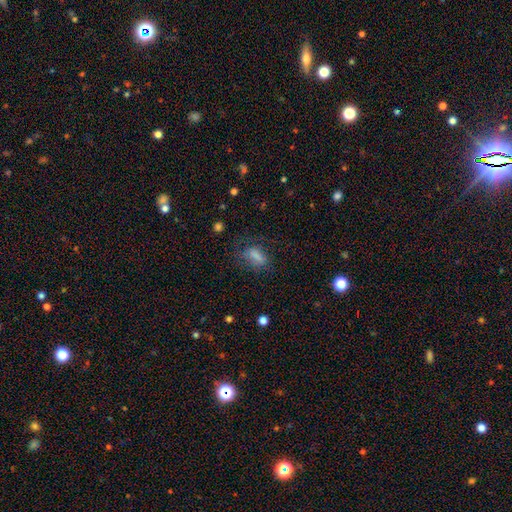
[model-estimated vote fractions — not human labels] The model was most divided on "merging": none: 61%, minor disturbance: 21%, major disturbance: 16%, merger: 2%. More confident: how rounded — in between (73%); smooth or featured — smooth (68%).